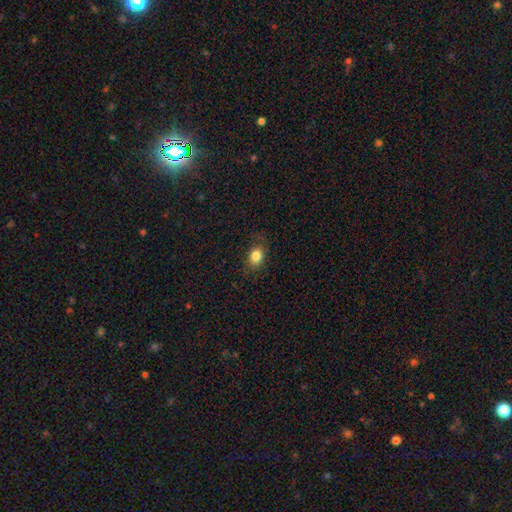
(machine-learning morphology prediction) Q: Smooth or featured?
A: smooth (83%); runner-up: star or artifact (10%)
Q: How rounded?
A: in between (63%); runner-up: round (36%)
Q: Merging?
A: none (79%); runner-up: minor disturbance (15%)